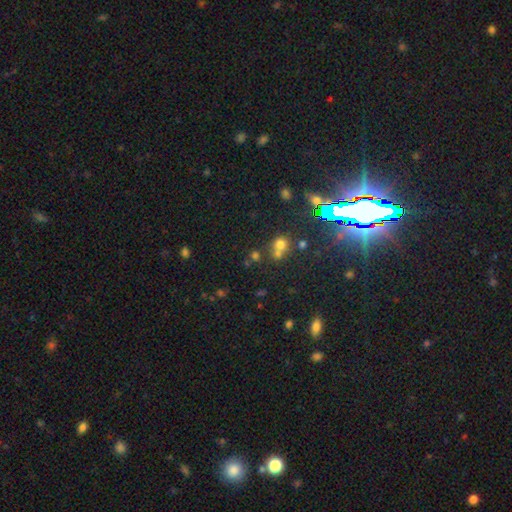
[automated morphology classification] The model was most divided on "smooth or featured": smooth: 45%, star or artifact: 44%, featured or disk: 11%. More confident: merging — none (52%).